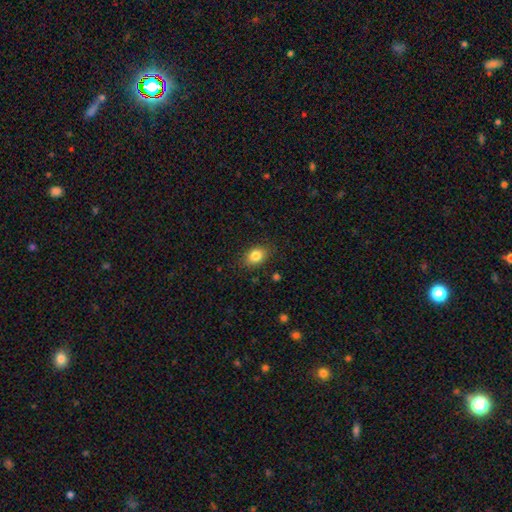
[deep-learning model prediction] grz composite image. It shows a smooth galaxy with no disk features (83%) that is in between round and cigar-shaped (71%). Merging: none (85%).